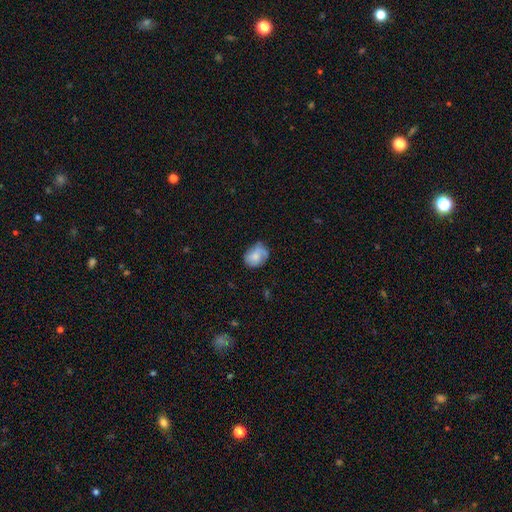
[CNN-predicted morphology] Smooth or featured? Predicted: smooth (p=0.68). How rounded? Predicted: in between (p=0.54). Merging? Predicted: none (p=0.55).